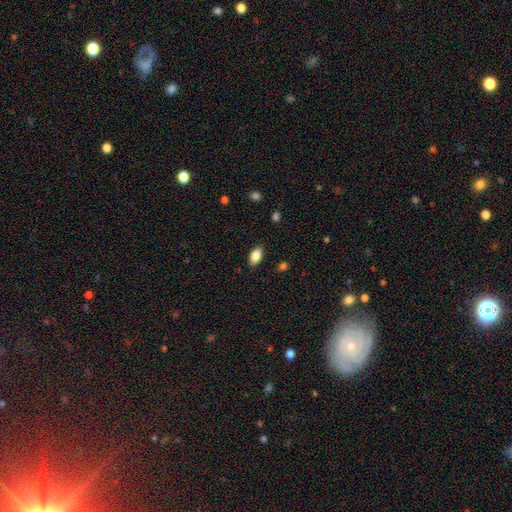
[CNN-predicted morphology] This is clearly a smooth galaxy (86%). How rounded: clearly in between (92%). Merging: clearly none (86%).